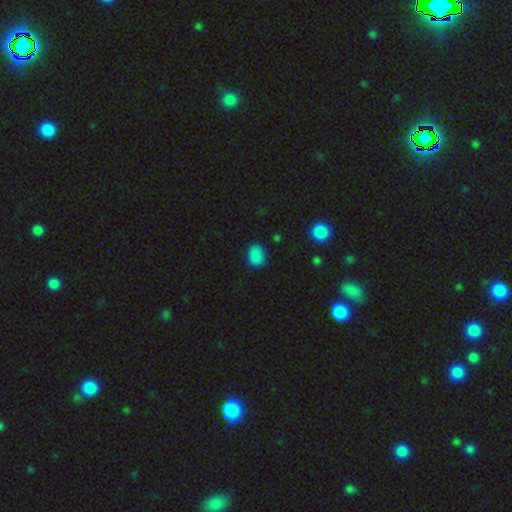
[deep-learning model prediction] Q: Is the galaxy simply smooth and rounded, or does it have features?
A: smooth — 84%.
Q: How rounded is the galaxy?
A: in between — 72%.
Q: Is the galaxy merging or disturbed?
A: none — 81%.